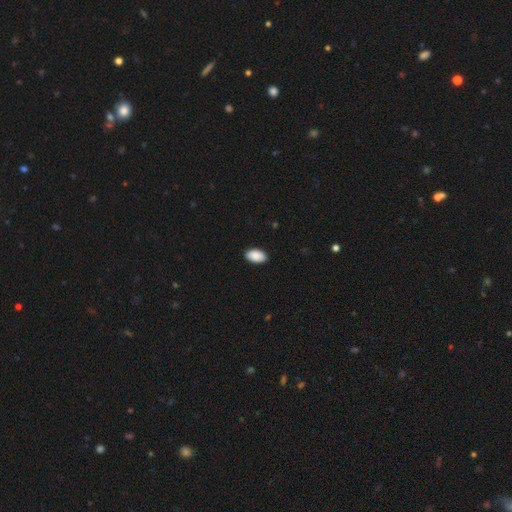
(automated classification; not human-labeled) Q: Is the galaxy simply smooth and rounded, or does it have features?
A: smooth — 90%.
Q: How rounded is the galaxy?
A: in between — 95%.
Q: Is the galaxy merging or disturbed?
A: none — 90%.